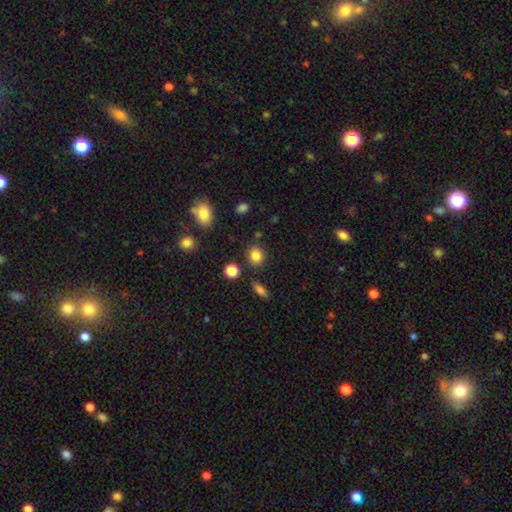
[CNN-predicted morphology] Smooth or featured? Predicted: smooth (p=0.84). How rounded? Predicted: round (p=0.70). Merging? Predicted: none (p=0.82).